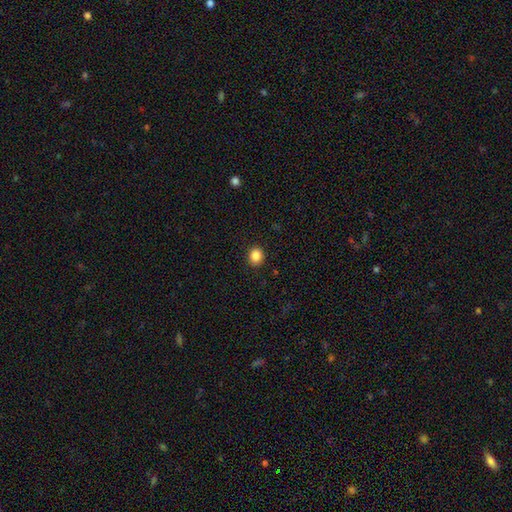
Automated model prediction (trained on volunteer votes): This is clearly a smooth galaxy (86%). How rounded: likely round (71%). Merging: clearly none (91%).